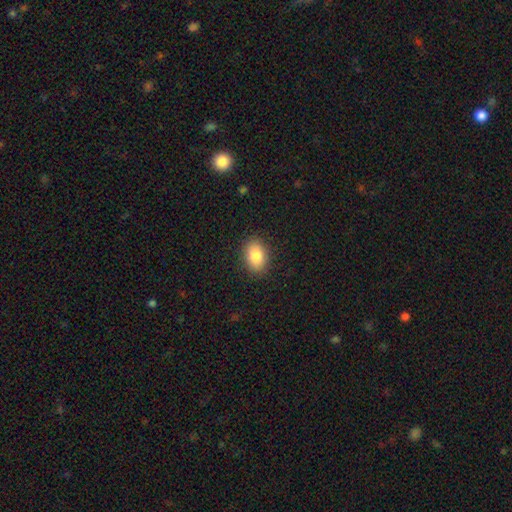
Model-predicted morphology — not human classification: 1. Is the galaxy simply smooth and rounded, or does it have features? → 84% smooth, 8% star or artifact, 8% featured or disk.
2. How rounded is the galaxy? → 80% in between, 18% round, 1% cigar-shaped.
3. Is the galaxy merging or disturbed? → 88% none, 8% minor disturbance, 2% major disturbance, 1% merger.